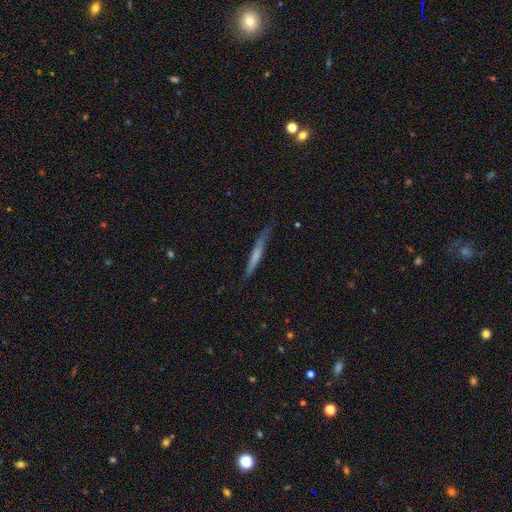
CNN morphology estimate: This is possibly a smooth galaxy (54%). How rounded: clearly cigar-shaped (95%). Merging: likely none (74%).